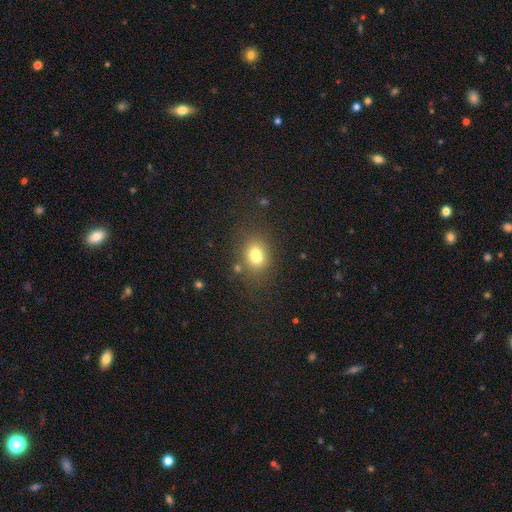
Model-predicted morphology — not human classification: Q: Smooth or featured?
A: smooth (76%); runner-up: star or artifact (13%)
Q: How rounded?
A: in between (61%); runner-up: round (38%)
Q: Merging?
A: none (66%); runner-up: minor disturbance (16%)